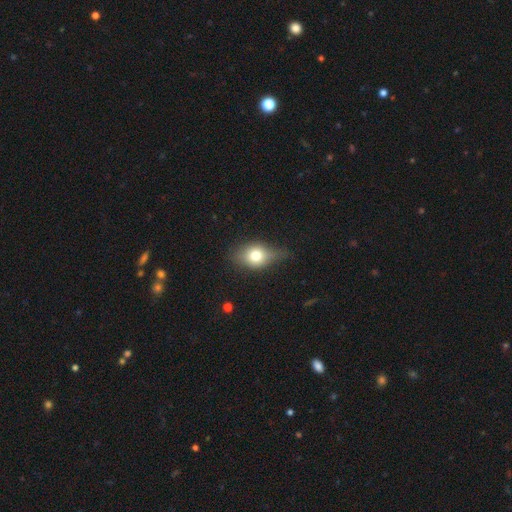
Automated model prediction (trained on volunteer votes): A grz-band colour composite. It shows a smooth galaxy with no disk features (70%) that is in between round and cigar-shaped (65%). Merging: none (53%).